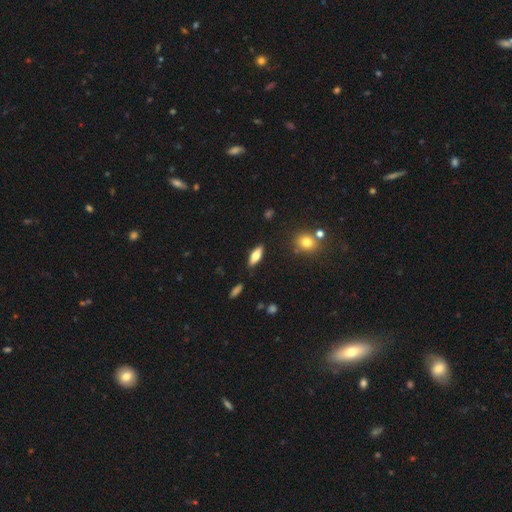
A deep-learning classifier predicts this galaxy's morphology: Smooth or featured?
  - smooth: 66% *
  - featured or disk: 27%
  - star or artifact: 7%
How rounded?
  - in between: 70% *
  - cigar-shaped: 28%
  - round: 3%
Merging?
  - none: 85% *
  - minor disturbance: 11%
  - major disturbance: 2%
  - merger: 2%